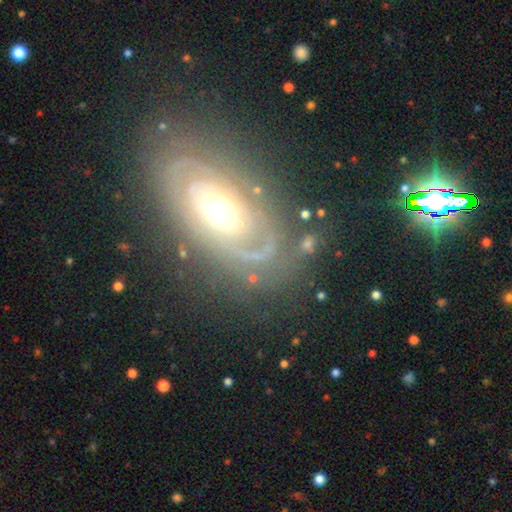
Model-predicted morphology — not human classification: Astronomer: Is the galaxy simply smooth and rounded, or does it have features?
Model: featured or disk — 84%.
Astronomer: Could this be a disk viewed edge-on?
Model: no — 93%.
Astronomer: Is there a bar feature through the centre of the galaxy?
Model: no — 73%.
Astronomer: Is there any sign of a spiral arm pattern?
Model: yes — 85%.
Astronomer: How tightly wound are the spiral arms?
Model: tight — 66%.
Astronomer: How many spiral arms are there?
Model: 2 — 45% (runner-up: can't tell, 24%).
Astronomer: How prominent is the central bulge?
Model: moderate — 64%.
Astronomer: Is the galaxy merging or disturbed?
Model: none — 78%.